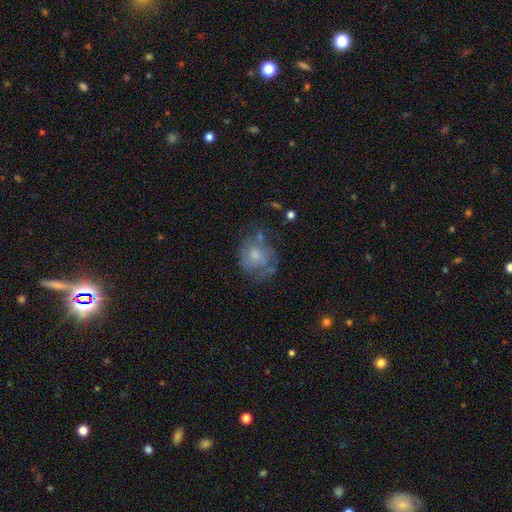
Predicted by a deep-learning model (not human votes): Morphology: type=smooth (52%); roundness=round (66%); merging=none (46%).